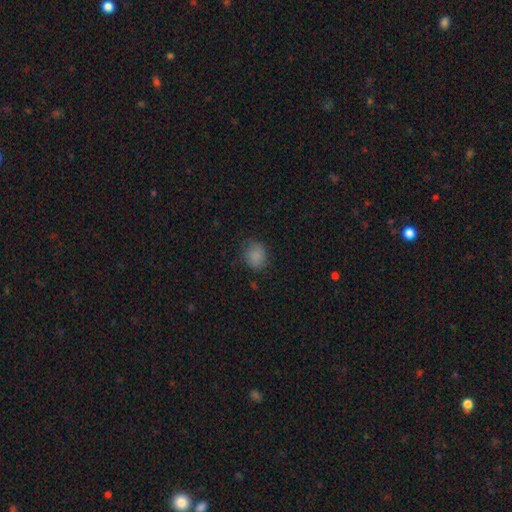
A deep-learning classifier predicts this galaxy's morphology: smooth-or-featured: smooth: 85% | star or artifact: 10% | featured or disk: 5%
  how-rounded: round: 66% | in between: 33% | cigar-shaped: 1%
  merging: none: 76% | minor disturbance: 18% | major disturbance: 5% | merger: 1%